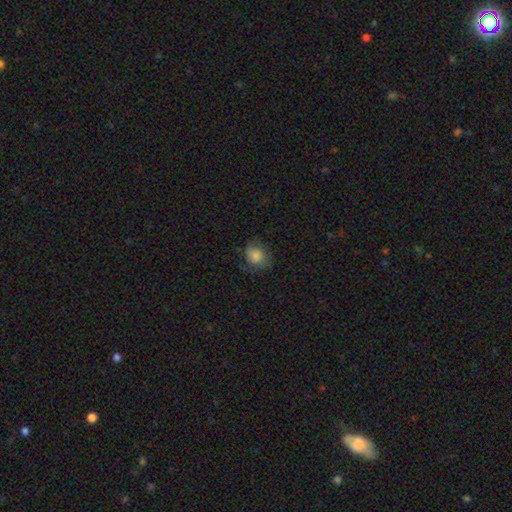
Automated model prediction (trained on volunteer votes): smooth_or_featured: smooth (p=0.68) [alt: featured or disk p=0.23]
how_rounded: round (p=0.69) [alt: in between p=0.30]
merging: none (p=0.64) [alt: minor disturbance p=0.23]